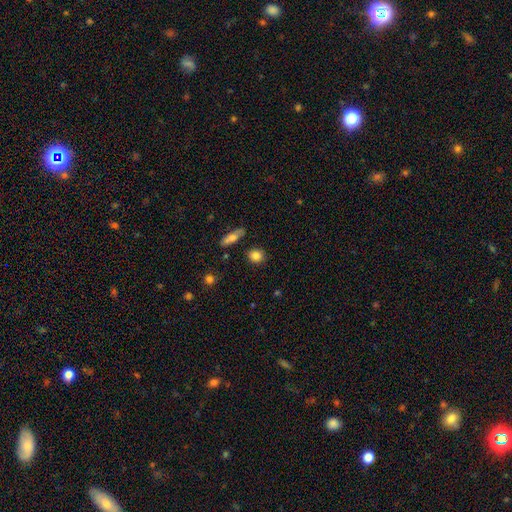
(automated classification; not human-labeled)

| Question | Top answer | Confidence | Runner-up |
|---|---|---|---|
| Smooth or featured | smooth | 83% | star or artifact (9%) |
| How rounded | round | 74% | in between (23%) |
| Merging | none | 86% | minor disturbance (9%) |